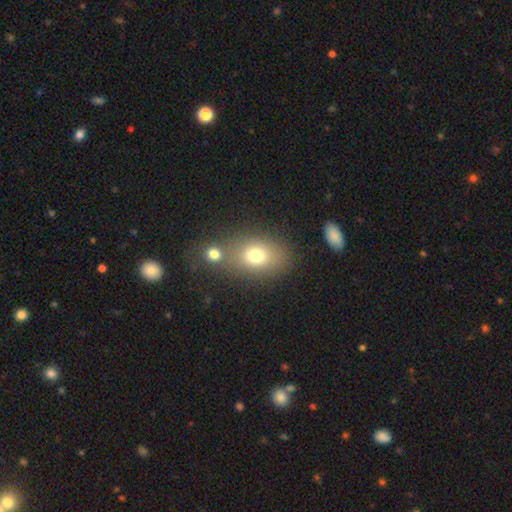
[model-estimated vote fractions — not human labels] The model was most divided on "merging": none: 59%, merger: 25%, minor disturbance: 11%, major disturbance: 5%. More confident: smooth or featured — smooth (75%); how rounded — in between (69%).